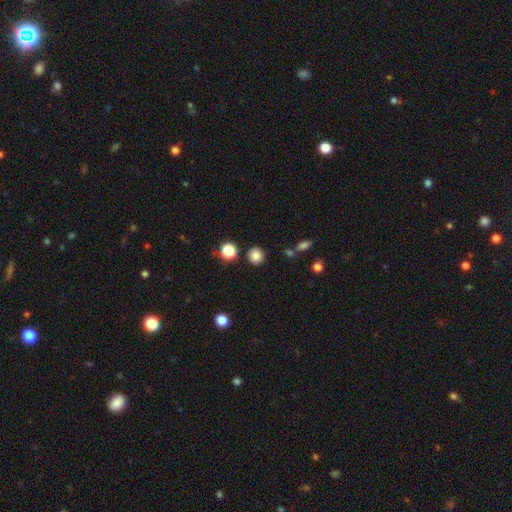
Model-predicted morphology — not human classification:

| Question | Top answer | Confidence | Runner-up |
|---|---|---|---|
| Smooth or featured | smooth | 84% | star or artifact (11%) |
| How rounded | round | 91% | in between (8%) |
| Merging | none | 87% | minor disturbance (7%) |